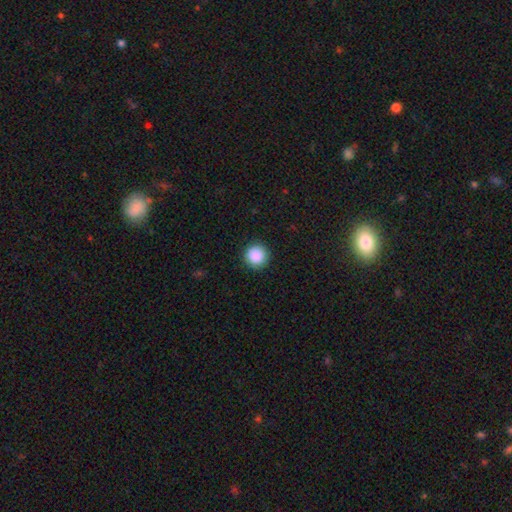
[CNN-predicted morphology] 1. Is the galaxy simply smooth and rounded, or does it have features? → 89% smooth, 9% star or artifact, 3% featured or disk.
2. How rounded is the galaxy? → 96% round, 3% in between, 1% cigar-shaped.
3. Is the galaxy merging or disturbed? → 92% none, 5% minor disturbance, 2% major disturbance, 1% merger.